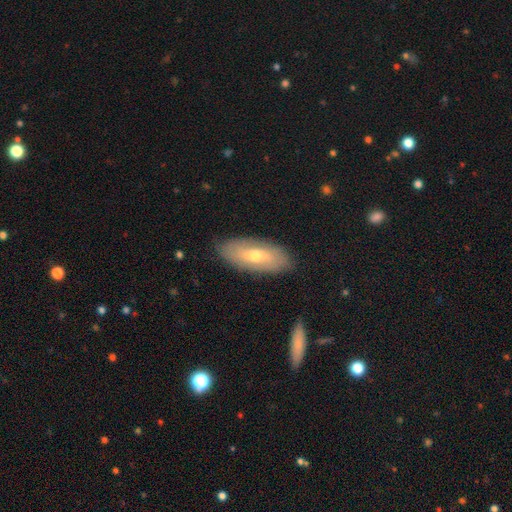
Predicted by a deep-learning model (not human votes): Smooth or featured?
  - smooth: 52% *
  - featured or disk: 41%
  - star or artifact: 7%
How rounded?
  - in between: 82% *
  - cigar-shaped: 16%
  - round: 3%
Merging?
  - none: 85% *
  - minor disturbance: 11%
  - major disturbance: 2%
  - merger: 1%